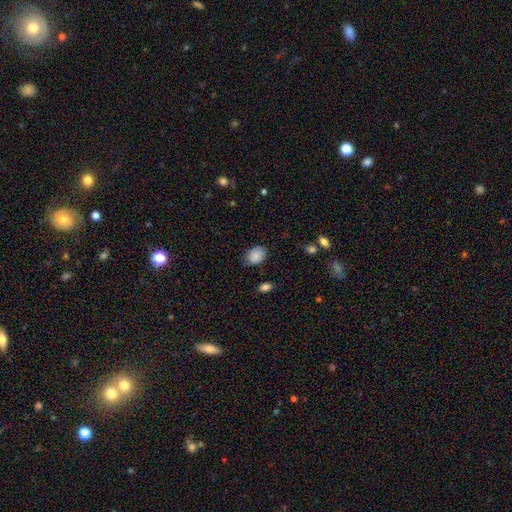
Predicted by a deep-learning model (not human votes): A smooth galaxy with no disk features (86%) that is in between round and cigar-shaped (61%).

Vote fractions:
- Smooth or featured? smooth: 86% / star or artifact: 8% / featured or disk: 6%
- How rounded? in between: 61% / round: 38% / cigar-shaped: 1%
- Merging? none: 74% / minor disturbance: 20% / major disturbance: 4% / merger: 2%